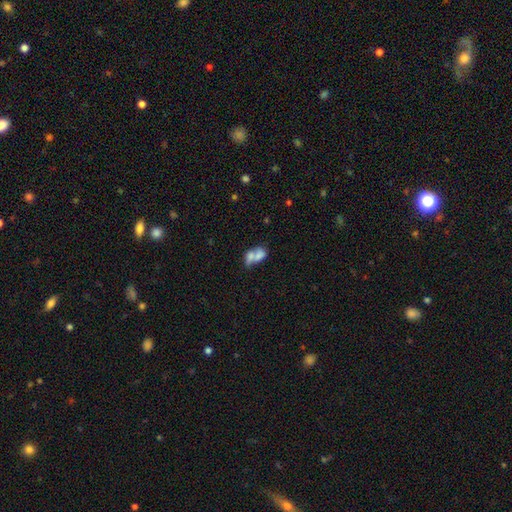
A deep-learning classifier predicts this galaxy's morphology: A smooth galaxy with no disk features (65%) that is in between round and cigar-shaped (76%). Merging: merger (70%).